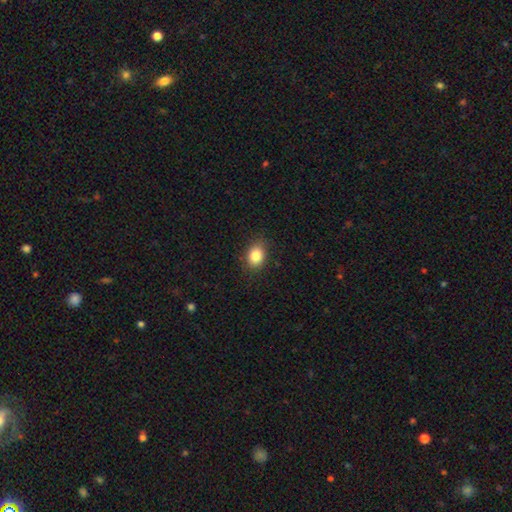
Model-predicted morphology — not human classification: Q: Smooth or featured?
A: smooth (85%); runner-up: star or artifact (9%)
Q: How rounded?
A: in between (62%); runner-up: round (37%)
Q: Merging?
A: none (85%); runner-up: minor disturbance (11%)